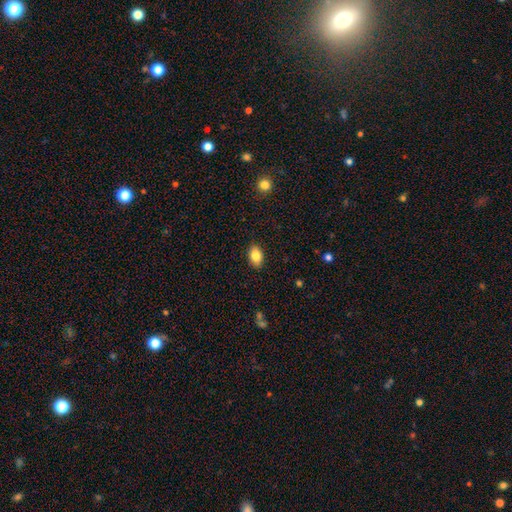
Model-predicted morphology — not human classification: A smooth galaxy with no disk features (85%) that is in between round and cigar-shaped (88%).

Vote fractions:
- Smooth or featured? smooth: 85% / star or artifact: 8% / featured or disk: 7%
- How rounded? in between: 88% / round: 11% / cigar-shaped: 1%
- Merging? none: 88% / minor disturbance: 9% / major disturbance: 2% / merger: 1%